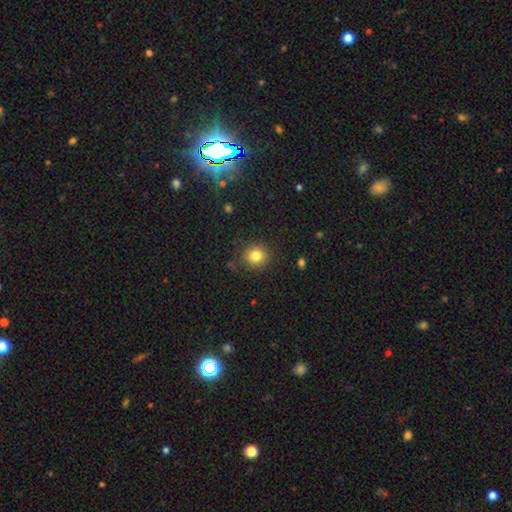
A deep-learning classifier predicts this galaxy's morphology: Smooth or featured: smooth — 82% (star or artifact — 12%)
How rounded: round — 88% (in between — 12%)
Merging: none — 87% (minor disturbance — 9%)